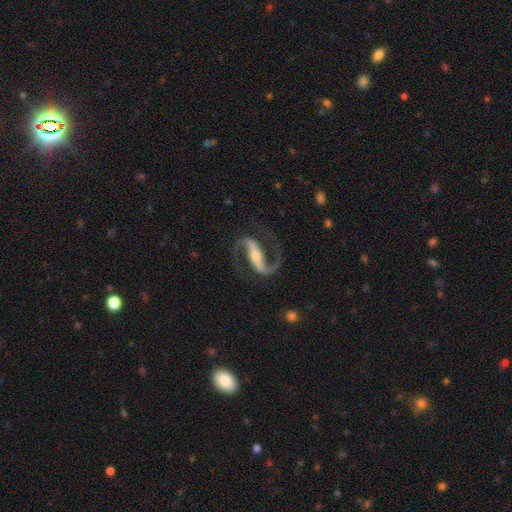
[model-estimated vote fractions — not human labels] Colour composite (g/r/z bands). It shows a featured or disk galaxy (93%) with a strong bar (69%), 2 (94%) medium (54%) spiral arms (98%) and a small central bulge (49%). Merging: none (81%).